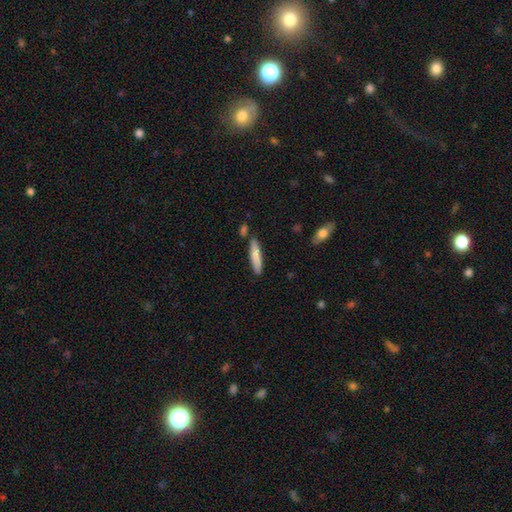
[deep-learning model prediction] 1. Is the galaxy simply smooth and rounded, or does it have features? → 81% smooth, 14% featured or disk, 5% star or artifact.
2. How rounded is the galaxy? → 86% cigar-shaped, 13% in between, 1% round.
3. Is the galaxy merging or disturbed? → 79% none, 12% minor disturbance, 7% merger, 2% major disturbance.